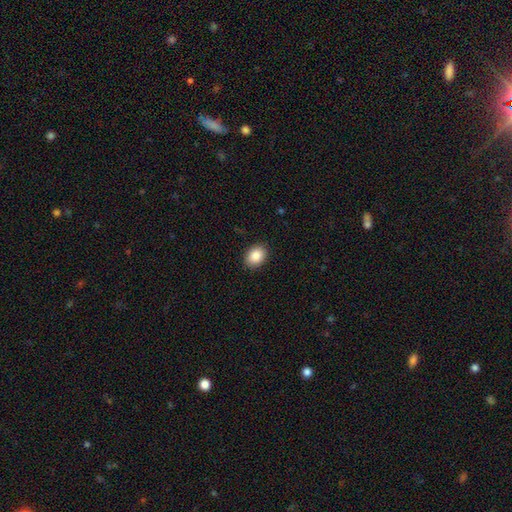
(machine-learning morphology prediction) Overall: smooth (88%). How rounded: in between (63%; round 36%). Merging: none (89%).